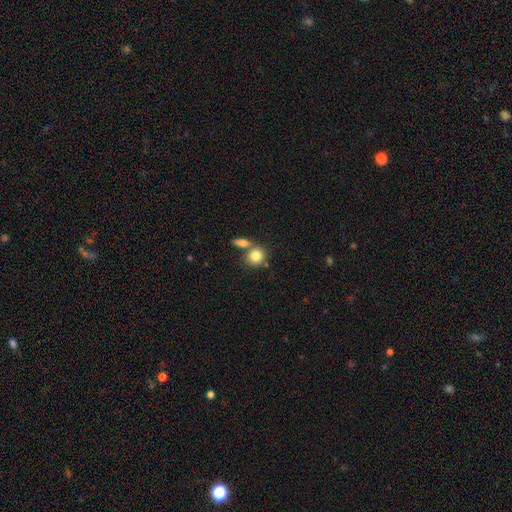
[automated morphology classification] A smooth galaxy with no disk features (80%) that is round (78%). Merging: none (50%).